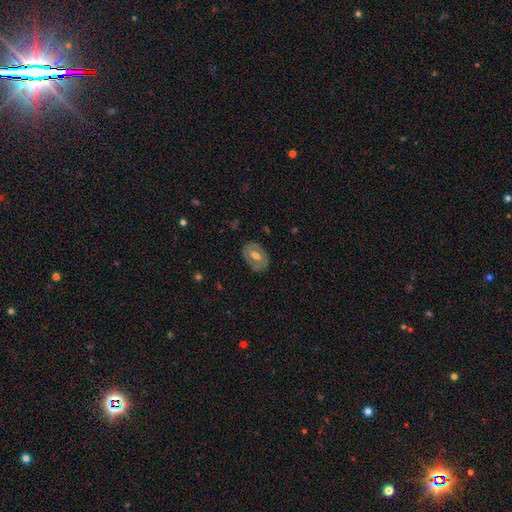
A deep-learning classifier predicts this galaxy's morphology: A featured or disk galaxy (57%) with no bar (46%), no spiral arms (66%) and a moderate central bulge (67%). Merging: none (78%).